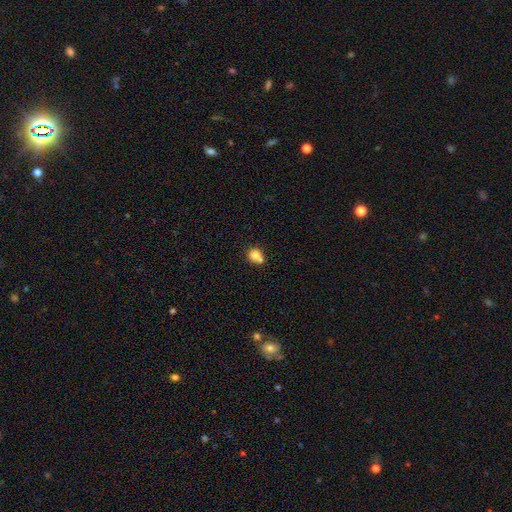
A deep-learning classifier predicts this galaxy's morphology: Smooth or featured?
  - smooth: 77% *
  - featured or disk: 13%
  - star or artifact: 10%
How rounded?
  - round: 75% *
  - in between: 24%
  - cigar-shaped: 1%
Merging?
  - none: 44% *
  - merger: 39%
  - minor disturbance: 13%
  - major disturbance: 4%